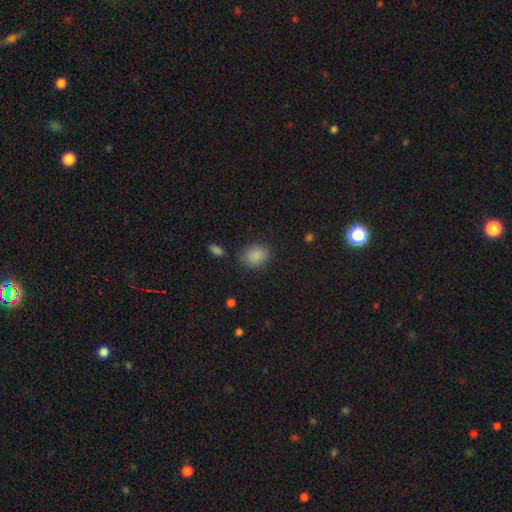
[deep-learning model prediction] The model was most divided on "how rounded": in between: 63%, round: 36%, cigar-shaped: 1%. More confident: smooth or featured — smooth (87%); merging — none (82%).